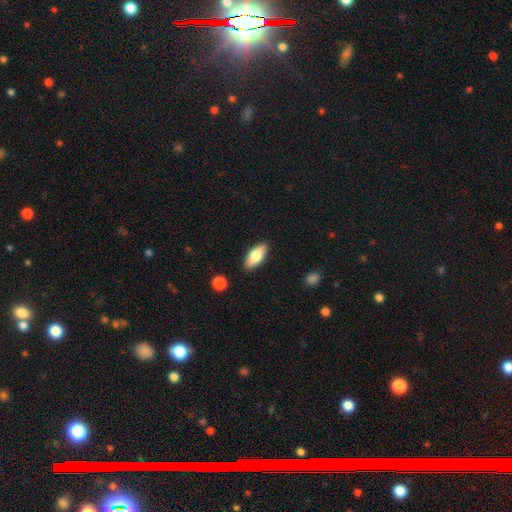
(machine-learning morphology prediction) The model was most divided on "smooth or featured": smooth: 75%, featured or disk: 19%, star or artifact: 6%. More confident: merging — none (88%); how rounded — in between (82%).